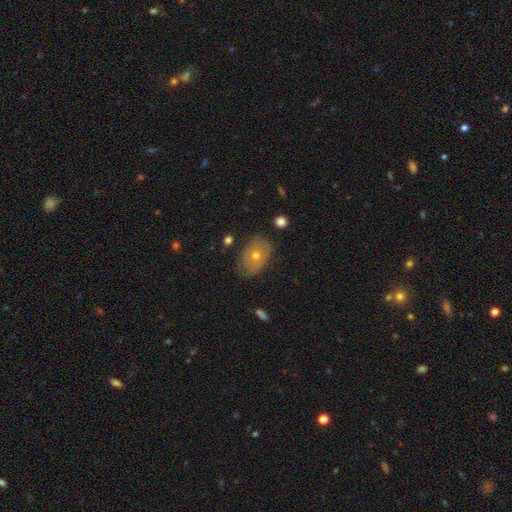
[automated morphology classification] Smooth or featured?
  - smooth: 47% *
  - featured or disk: 43%
  - star or artifact: 9%
Merging?
  - none: 75% *
  - minor disturbance: 19%
  - major disturbance: 5%
  - merger: 2%